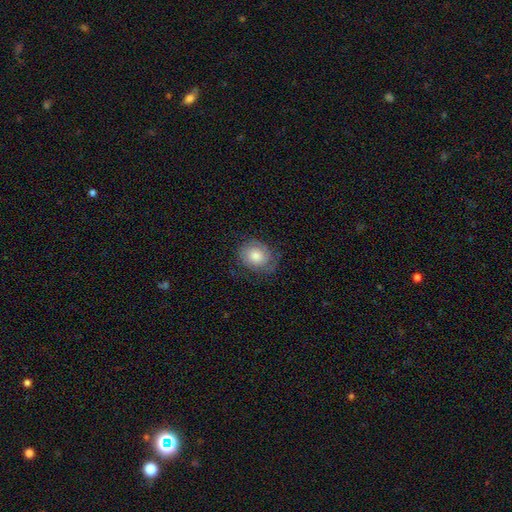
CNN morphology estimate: This is likely a smooth galaxy (64%). How rounded: possibly round (56%). Merging: likely none (68%).